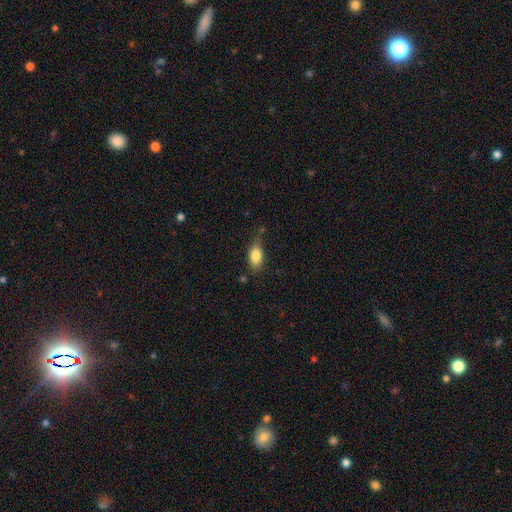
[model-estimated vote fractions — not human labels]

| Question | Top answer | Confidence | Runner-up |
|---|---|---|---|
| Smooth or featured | smooth | 82% | featured or disk (10%) |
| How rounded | in between | 87% | cigar-shaped (7%) |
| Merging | none | 66% | minor disturbance (25%) |